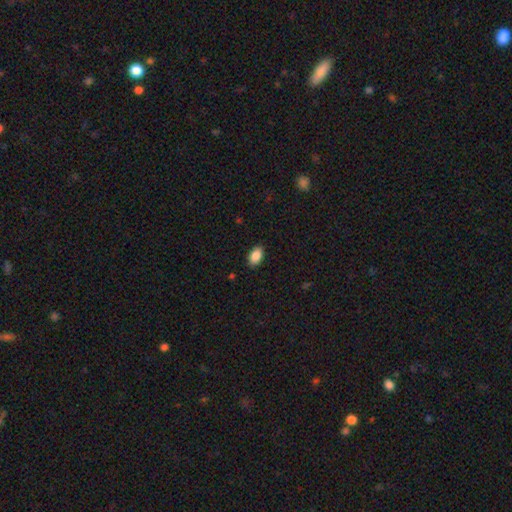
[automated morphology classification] Q: Smooth or featured?
A: smooth (88%); runner-up: star or artifact (7%)
Q: How rounded?
A: in between (91%); runner-up: round (7%)
Q: Merging?
A: none (88%); runner-up: minor disturbance (9%)